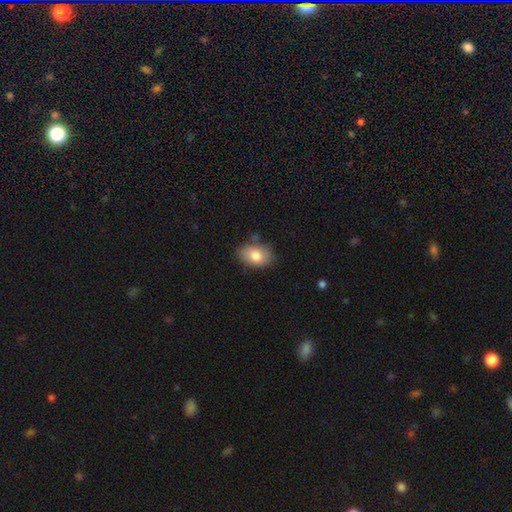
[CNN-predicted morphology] A smooth galaxy with no disk features (81%) that is in between round and cigar-shaped (86%). Merging: none (77%).